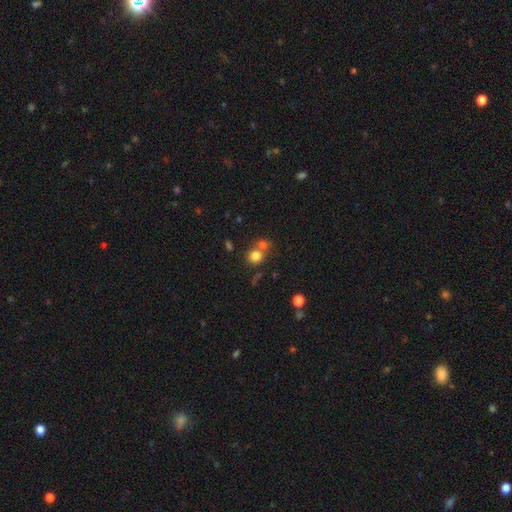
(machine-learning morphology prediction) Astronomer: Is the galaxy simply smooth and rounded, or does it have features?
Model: smooth — 79%.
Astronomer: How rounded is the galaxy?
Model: round — 84%.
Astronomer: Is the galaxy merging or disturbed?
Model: none — 51% (runner-up: merger, 38%).